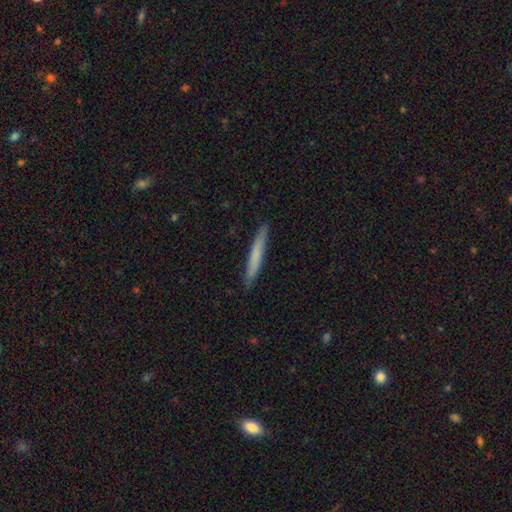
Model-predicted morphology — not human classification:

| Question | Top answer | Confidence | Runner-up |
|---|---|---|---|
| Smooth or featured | smooth | 68% | featured or disk (26%) |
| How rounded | cigar-shaped | 96% | in between (3%) |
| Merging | none | 90% | minor disturbance (8%) |